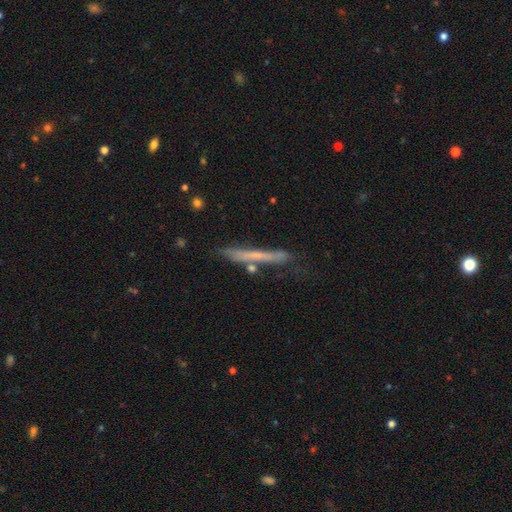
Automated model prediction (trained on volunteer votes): This appears to be a smooth galaxy with no disk features (48%). Merging: none (71%).